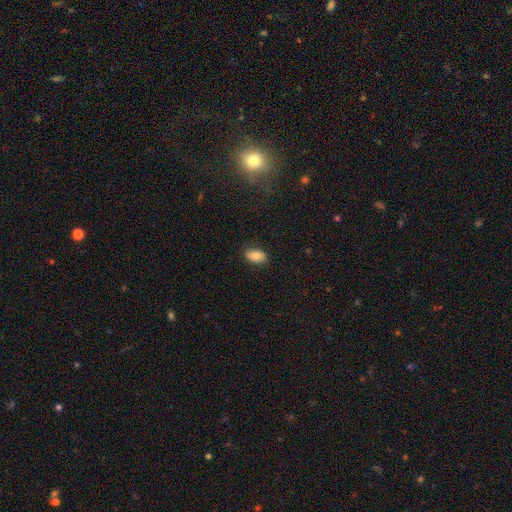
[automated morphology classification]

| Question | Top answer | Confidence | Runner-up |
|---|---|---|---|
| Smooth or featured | smooth | 80% | featured or disk (12%) |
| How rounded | in between | 90% | round (8%) |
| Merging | none | 82% | minor disturbance (14%) |